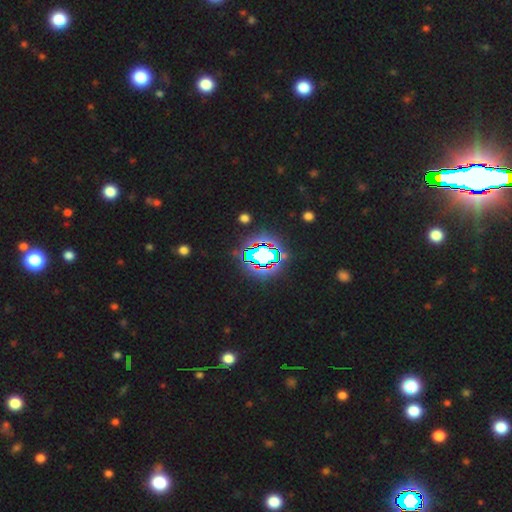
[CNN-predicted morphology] type=star or artifact (81%).